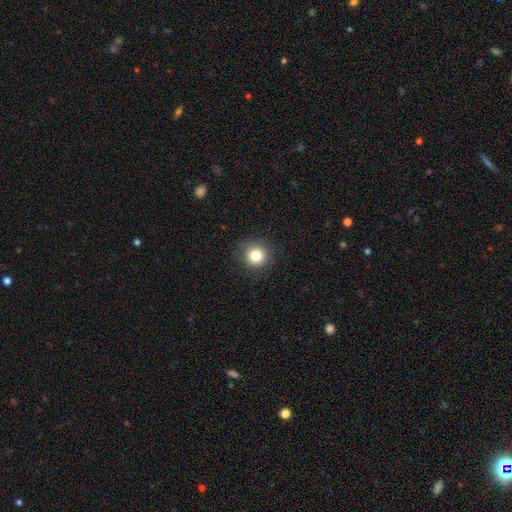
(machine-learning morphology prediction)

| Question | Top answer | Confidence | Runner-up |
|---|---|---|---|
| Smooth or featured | smooth | 82% | star or artifact (11%) |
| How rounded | round | 91% | in between (8%) |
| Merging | none | 87% | minor disturbance (9%) |